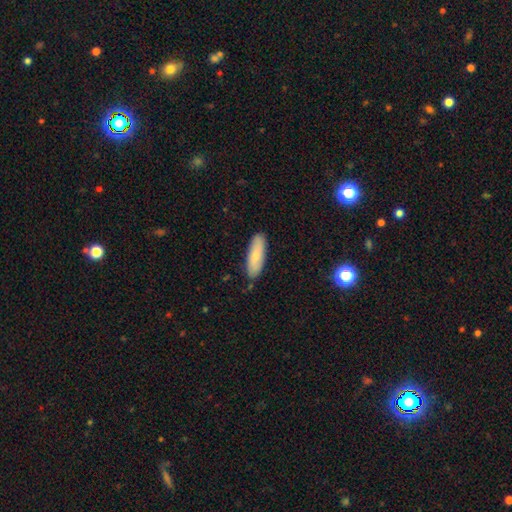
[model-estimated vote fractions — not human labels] Smooth or featured?
  - smooth: 75% *
  - featured or disk: 19%
  - star or artifact: 6%
How rounded?
  - in between: 56% *
  - cigar-shaped: 42%
  - round: 2%
Merging?
  - none: 83% *
  - minor disturbance: 13%
  - major disturbance: 2%
  - merger: 2%